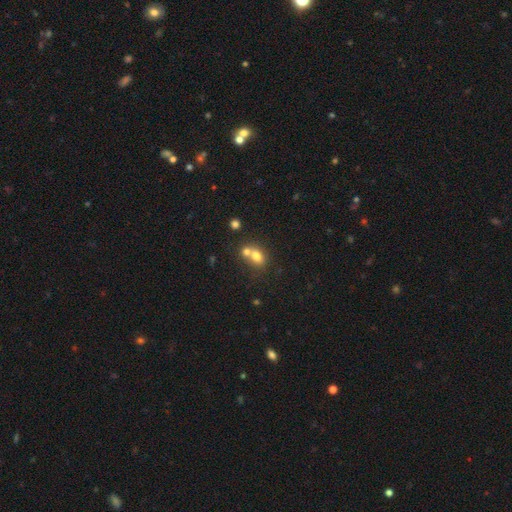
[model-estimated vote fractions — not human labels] The model was most divided on "how rounded": in between: 54%, round: 45%, cigar-shaped: 1%. More confident: smooth or featured — smooth (74%); merging — merger (58%).